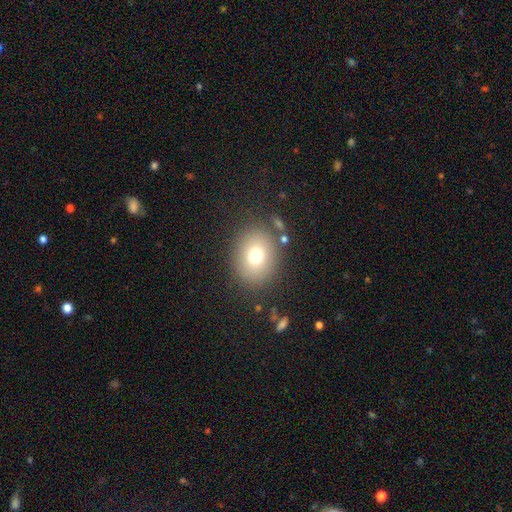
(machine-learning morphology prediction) smooth-or-featured: smooth: 74% | featured or disk: 13% | star or artifact: 13%
  how-rounded: round: 55% | in between: 45% | cigar-shaped: 1%
  merging: none: 82% | minor disturbance: 10% | major disturbance: 4% | merger: 3%